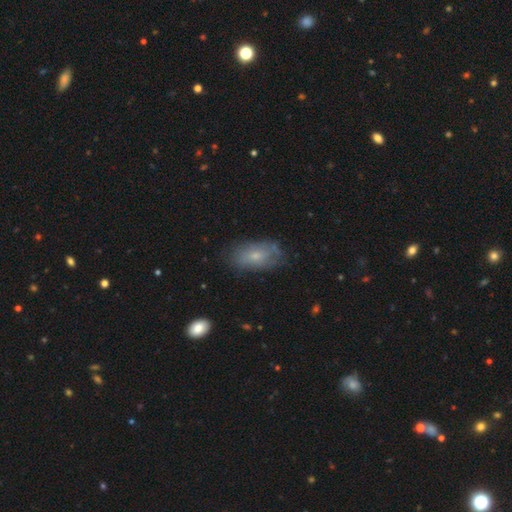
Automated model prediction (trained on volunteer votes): smooth_or_featured: smooth (p=0.59) [alt: featured or disk p=0.33]
how_rounded: in between (p=0.91) [alt: round p=0.05]
merging: none (p=0.66) [alt: minor disturbance p=0.24]